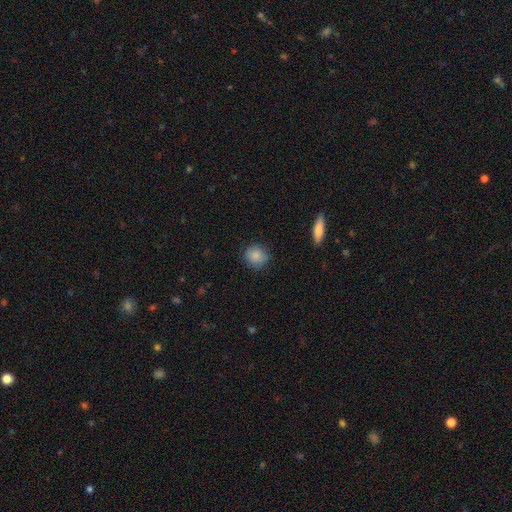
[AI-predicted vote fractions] This appears to be a smooth galaxy with no disk features (86%) that is round (85%). Merging: none (83%).